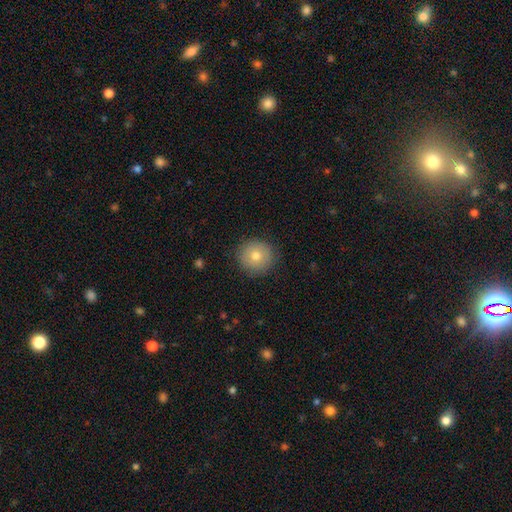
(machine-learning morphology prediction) Smooth or featured?
  - smooth: 76% *
  - featured or disk: 15%
  - star or artifact: 9%
How rounded?
  - round: 92% *
  - in between: 7%
  - cigar-shaped: 1%
Merging?
  - none: 88% *
  - minor disturbance: 9%
  - major disturbance: 2%
  - merger: 1%